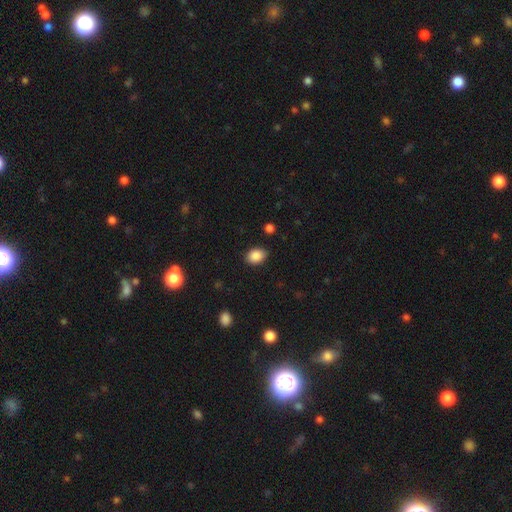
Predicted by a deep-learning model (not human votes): smooth 88%, star or artifact 9%, featured or disk 4%. Down the decision tree: how rounded — in between (71%); merging — none (86%).